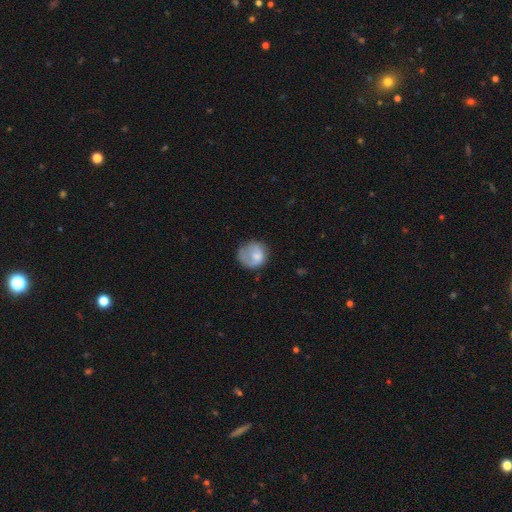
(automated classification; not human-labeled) Morphology: type=smooth (70%); roundness=round (80%); merging=none (49%).